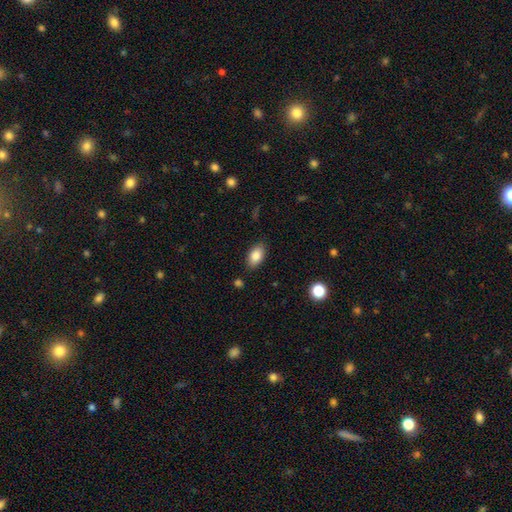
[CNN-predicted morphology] This appears to be a smooth galaxy with no disk features (85%) that is in between round and cigar-shaped (92%). Merging: none (86%).